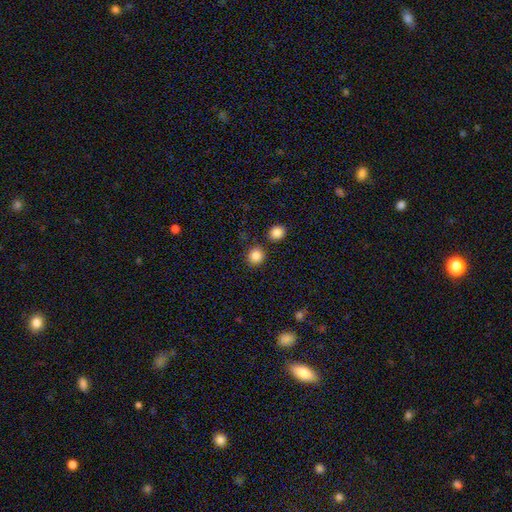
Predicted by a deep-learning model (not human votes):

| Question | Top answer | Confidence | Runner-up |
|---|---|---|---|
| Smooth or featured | smooth | 86% | star or artifact (10%) |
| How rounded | round | 89% | in between (10%) |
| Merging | none | 83% | minor disturbance (7%) |